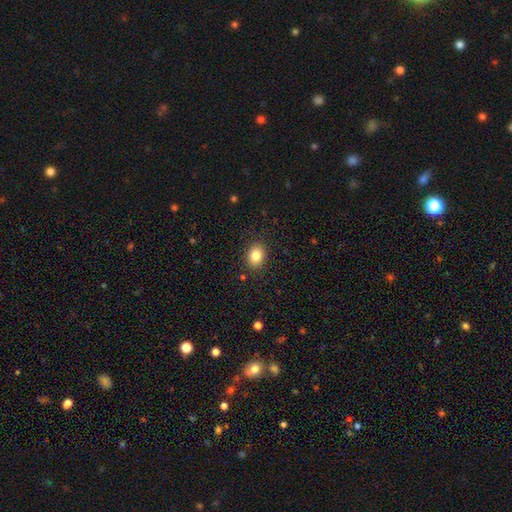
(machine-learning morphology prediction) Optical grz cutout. It shows a smooth galaxy with no disk features (83%) that is in between round and cigar-shaped (60%). Merging: none (88%).